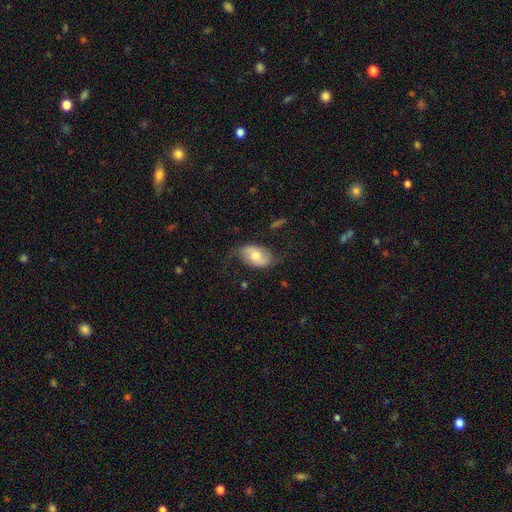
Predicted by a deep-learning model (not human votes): Smooth or featured?
  - smooth: 50% *
  - featured or disk: 43%
  - star or artifact: 7%
How rounded?
  - in between: 89% *
  - round: 9%
  - cigar-shaped: 2%
Merging?
  - none: 62% *
  - minor disturbance: 25%
  - major disturbance: 11%
  - merger: 2%